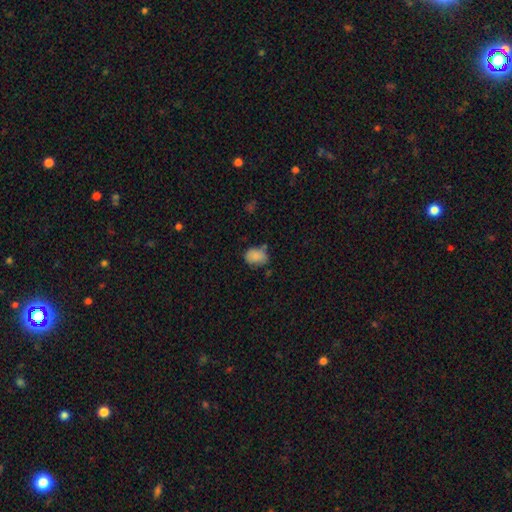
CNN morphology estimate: A smooth galaxy with no disk features (84%) that is in between round and cigar-shaped (66%). Merging: none (59%).